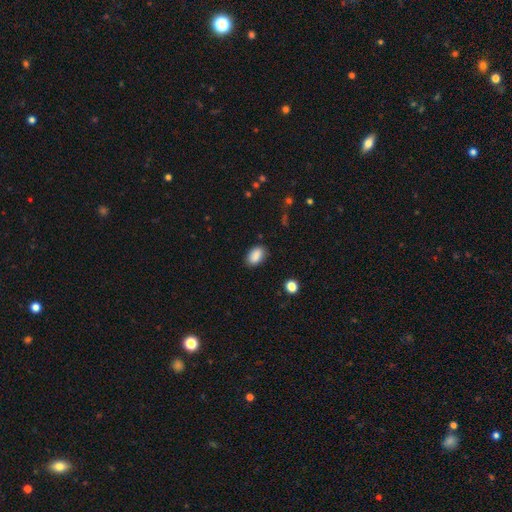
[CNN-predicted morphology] Smooth or featured? Predicted: smooth (p=0.89). How rounded? Predicted: in between (p=0.90). Merging? Predicted: none (p=0.84).